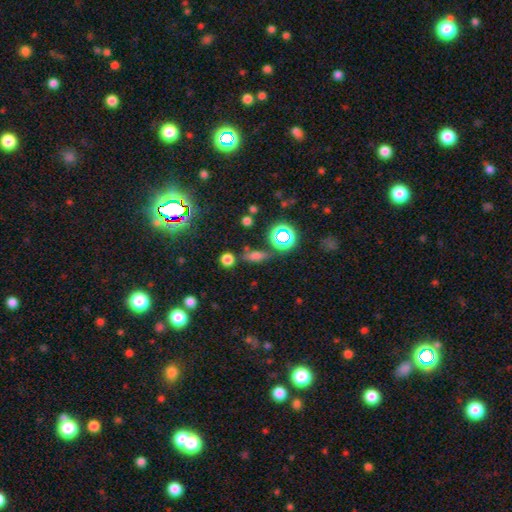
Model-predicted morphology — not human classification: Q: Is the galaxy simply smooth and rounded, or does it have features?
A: smooth — 61%.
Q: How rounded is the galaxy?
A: in between — 52%.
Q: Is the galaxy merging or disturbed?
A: none — 71%.